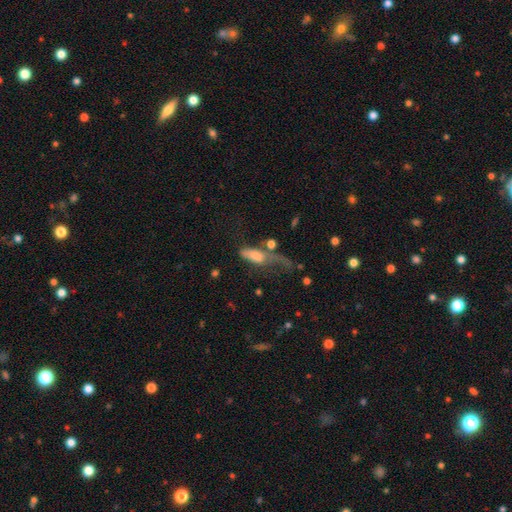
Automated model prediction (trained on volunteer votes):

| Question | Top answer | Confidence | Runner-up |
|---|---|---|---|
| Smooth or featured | smooth | 60% | featured or disk (30%) |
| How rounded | in between | 67% | cigar-shaped (27%) |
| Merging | major disturbance | 46% | none (20%) |